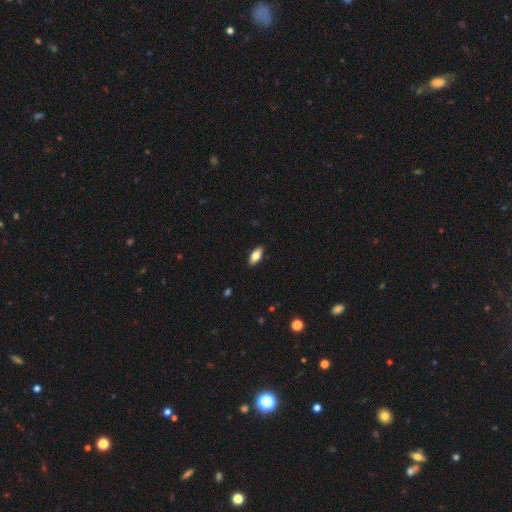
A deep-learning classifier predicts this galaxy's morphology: The model was most divided on "smooth or featured": smooth: 74%, featured or disk: 19%, star or artifact: 7%. More confident: merging — none (89%); how rounded — in between (84%).